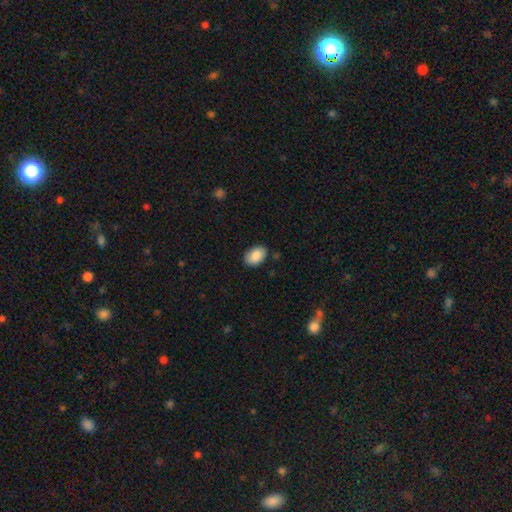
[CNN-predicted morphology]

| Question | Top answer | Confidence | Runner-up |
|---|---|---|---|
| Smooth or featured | smooth | 87% | star or artifact (7%) |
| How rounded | in between | 84% | round (15%) |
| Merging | none | 86% | minor disturbance (11%) |